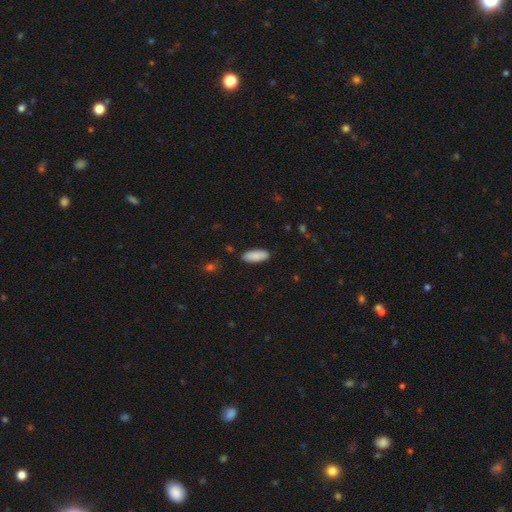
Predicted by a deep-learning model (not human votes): smooth-or-featured: smooth: 88% | star or artifact: 6% | featured or disk: 6%
  how-rounded: in between: 80% | cigar-shaped: 18% | round: 2%
  merging: none: 87% | minor disturbance: 10% | major disturbance: 2% | merger: 1%